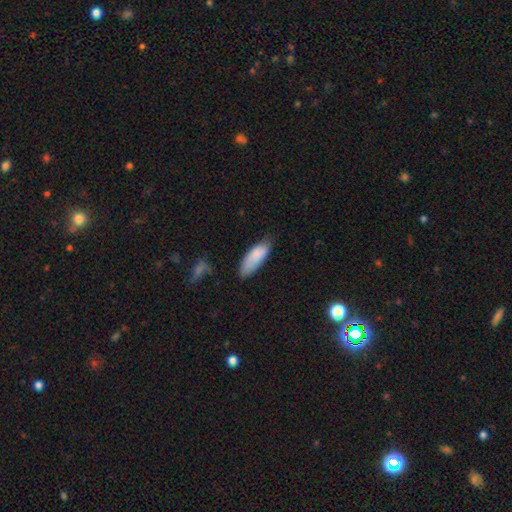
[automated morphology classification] A smooth galaxy with no disk features (84%) that is in between round and cigar-shaped (71%). Merging: none (61%).